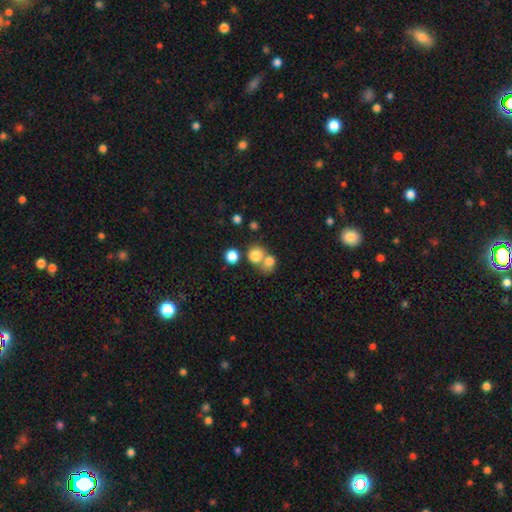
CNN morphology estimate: Smooth or featured? smooth (79%)
How rounded? round (76%)
Merging? merger (48%)